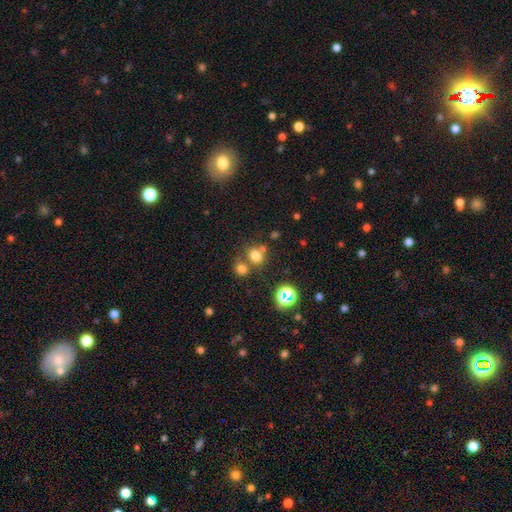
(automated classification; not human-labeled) Smooth or featured: smooth — 70% (star or artifact — 22%)
How rounded: round — 81% (in between — 18%)
Merging: none — 58% (merger — 29%)